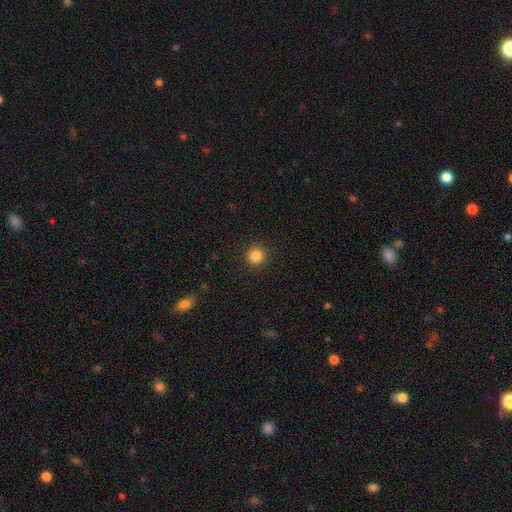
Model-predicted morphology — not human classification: Overall: smooth (85%). How rounded: round (95%). Merging: none (92%).